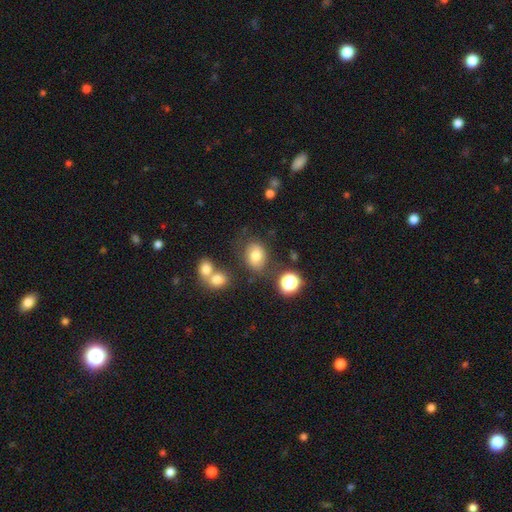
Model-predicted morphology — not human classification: Q: Smooth or featured?
A: smooth (73%); runner-up: featured or disk (14%)
Q: How rounded?
A: in between (59%); runner-up: round (40%)
Q: Merging?
A: none (71%); runner-up: minor disturbance (15%)